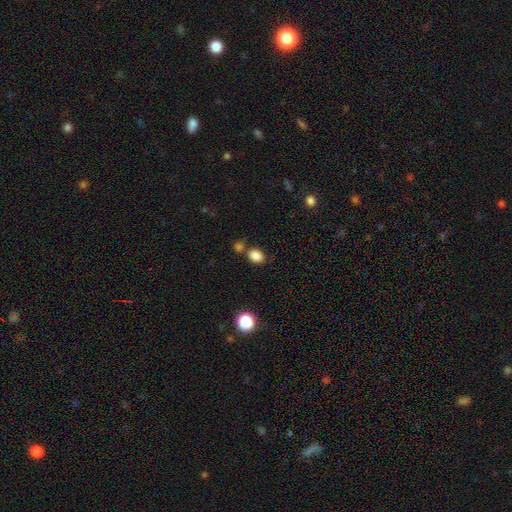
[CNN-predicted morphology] Smooth or featured? smooth (85%)
How rounded? in between (64%)
Merging? none (65%)